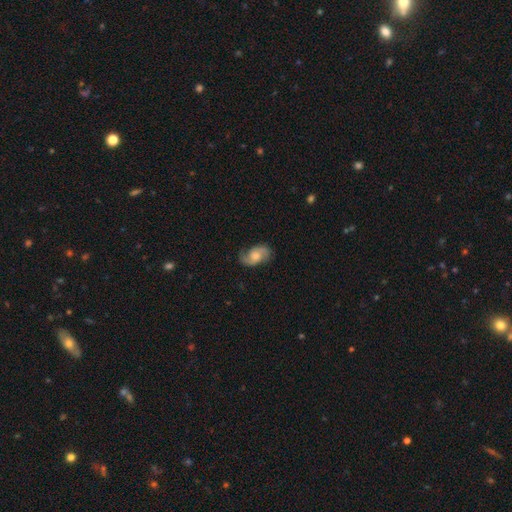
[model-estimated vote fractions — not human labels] Overall: featured or disk (79%). Edge-on disk: no (97%). Bar: no (60%; weak 35%). Spiral arms: yes (96%). Spiral arm count: 2 (91%). Spiral winding: medium (49%; loose 32%). Bulge size: moderate (47%; small 23%). Merging: none (78%).